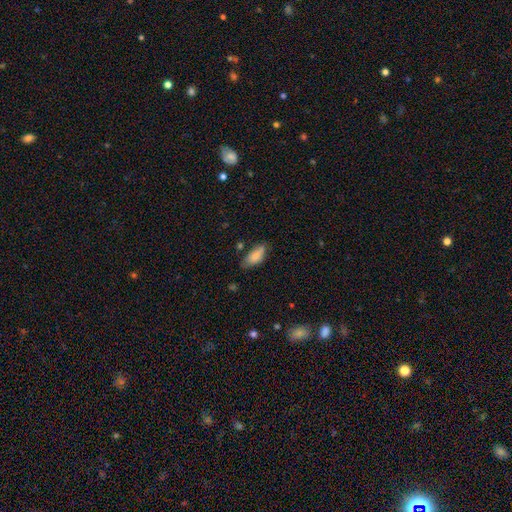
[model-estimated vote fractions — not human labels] Morphology: type=smooth (81%); roundness=in between (82%); merging=none (63%).